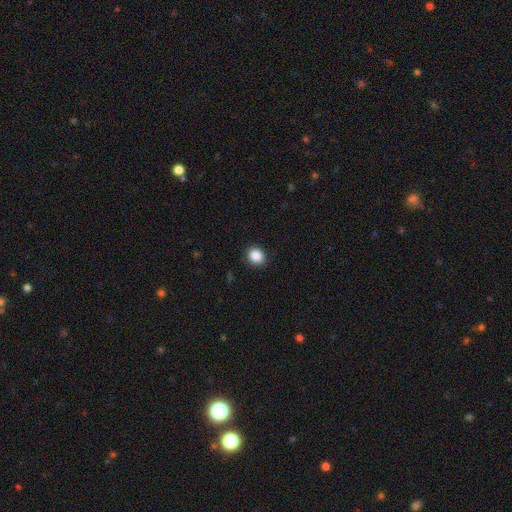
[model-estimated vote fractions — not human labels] This is clearly a smooth galaxy (88%). How rounded: likely round (73%). Merging: clearly none (89%).